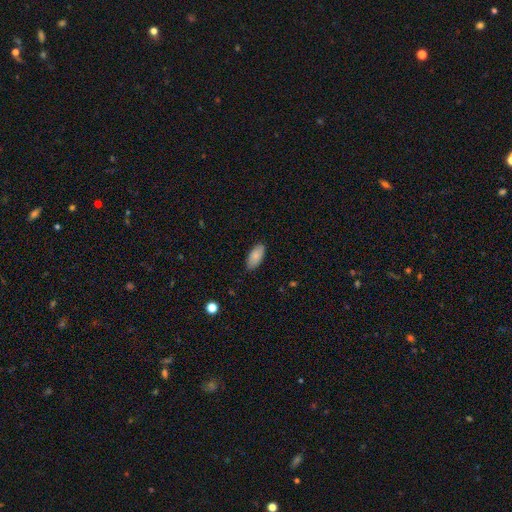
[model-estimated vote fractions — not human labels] Smooth or featured: smooth — 84% (featured or disk — 10%)
How rounded: in between — 91% (cigar-shaped — 7%)
Merging: none — 84% (minor disturbance — 12%)